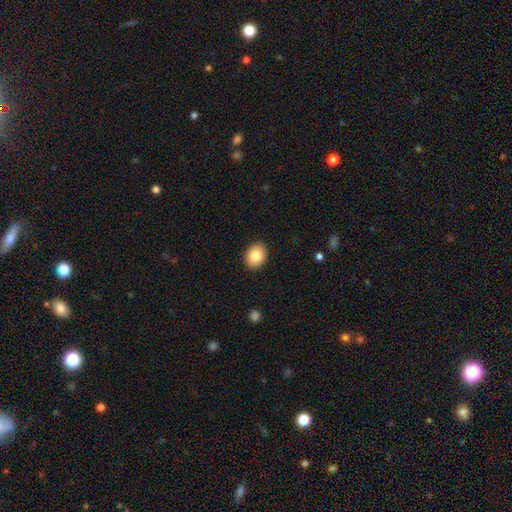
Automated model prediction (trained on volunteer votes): This appears to be a smooth galaxy with no disk features (85%) that is in between round and cigar-shaped (62%). Merging: none (90%).